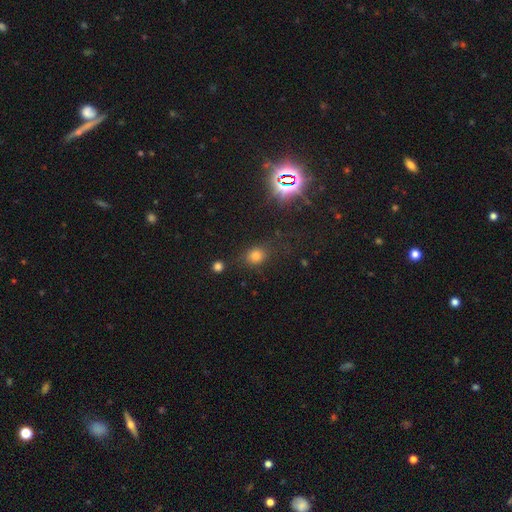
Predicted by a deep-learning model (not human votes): A smooth galaxy with no disk features (74%) that is round (62%). Merging: none (74%).